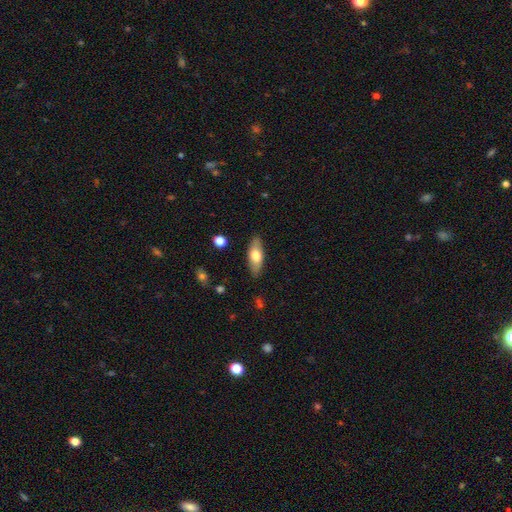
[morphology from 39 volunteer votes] smooth 67%, featured or disk 28%, star or artifact 5%. Down the decision tree: how rounded — in between (65%); merging — none (81%).